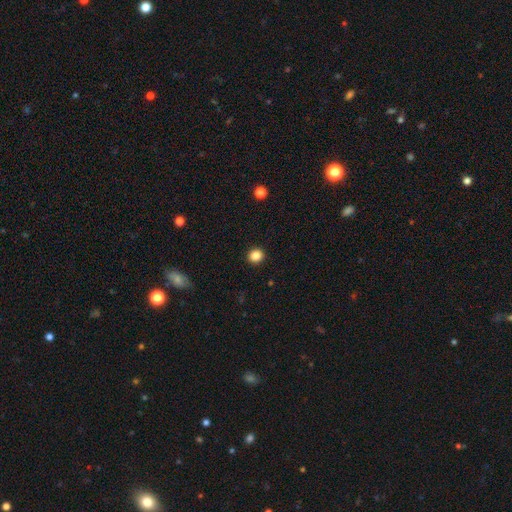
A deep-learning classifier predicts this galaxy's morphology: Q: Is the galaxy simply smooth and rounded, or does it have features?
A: smooth — 86%.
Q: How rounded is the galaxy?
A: round — 89%.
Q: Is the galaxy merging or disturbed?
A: none — 93%.